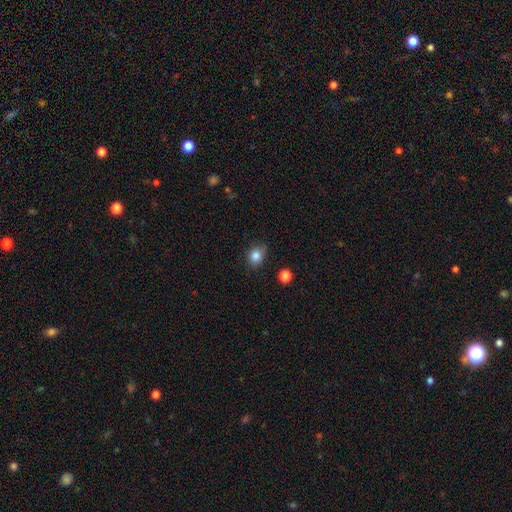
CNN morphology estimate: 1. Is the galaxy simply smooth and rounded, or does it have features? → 84% smooth, 11% star or artifact, 5% featured or disk.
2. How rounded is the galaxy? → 64% round, 35% in between, 1% cigar-shaped.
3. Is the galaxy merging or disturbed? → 79% none, 16% minor disturbance, 3% major disturbance, 2% merger.